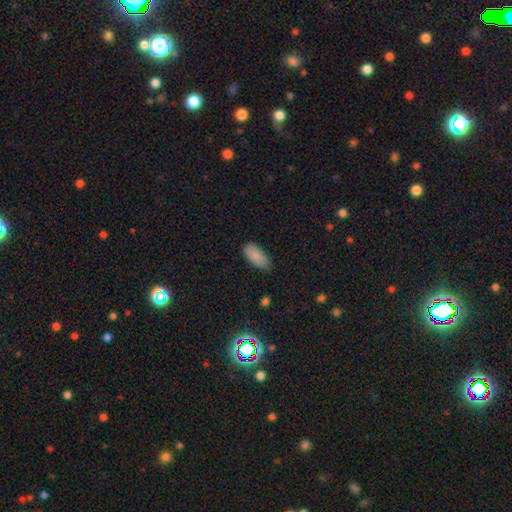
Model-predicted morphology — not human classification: Smooth or featured?
  - smooth: 85% *
  - featured or disk: 8%
  - star or artifact: 7%
How rounded?
  - in between: 92% *
  - cigar-shaped: 6%
  - round: 2%
Merging?
  - none: 77% *
  - minor disturbance: 19%
  - major disturbance: 3%
  - merger: 1%